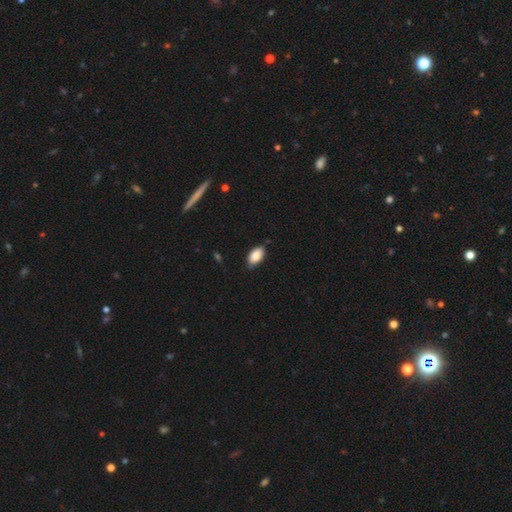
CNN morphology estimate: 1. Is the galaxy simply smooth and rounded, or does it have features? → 85% smooth, 8% featured or disk, 7% star or artifact.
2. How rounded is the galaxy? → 93% in between, 4% round, 2% cigar-shaped.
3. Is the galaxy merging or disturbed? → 79% none, 17% minor disturbance, 2% major disturbance, 1% merger.